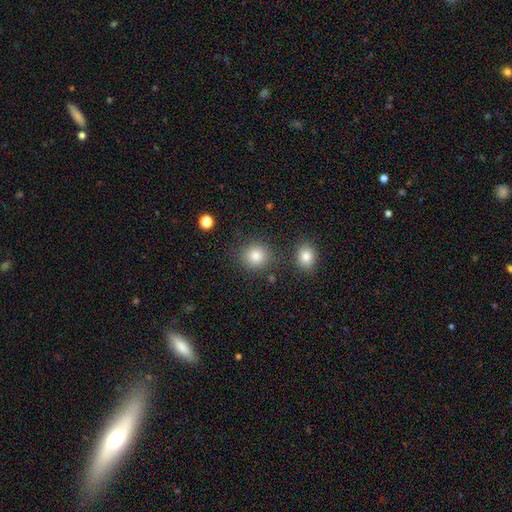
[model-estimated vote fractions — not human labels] Smooth or featured: smooth — 84% (star or artifact — 11%)
How rounded: round — 88% (in between — 11%)
Merging: none — 83% (minor disturbance — 8%)